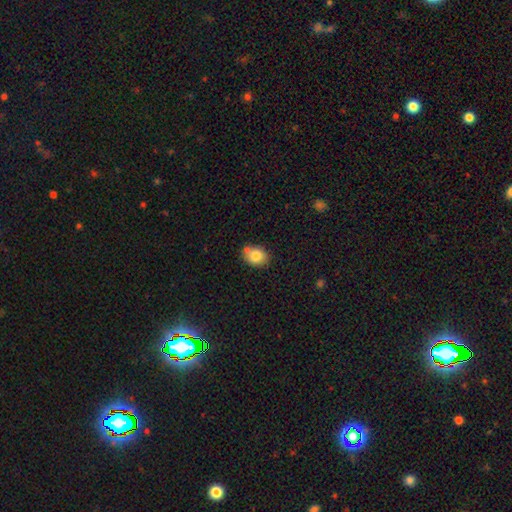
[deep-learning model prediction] Smooth or featured? smooth (81%)
How rounded? round (52%)
Merging? none (67%)